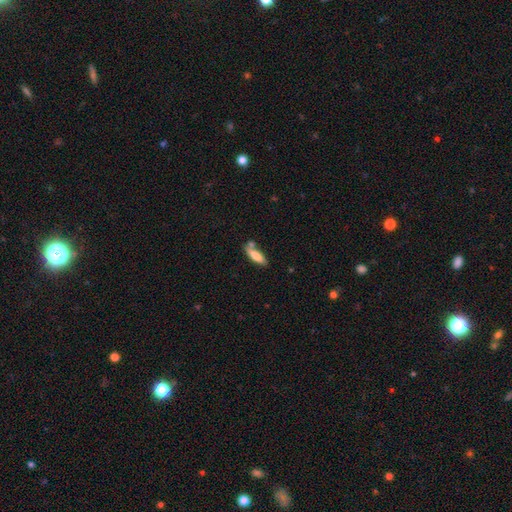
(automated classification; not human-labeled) Smooth or featured? Predicted: smooth (p=0.77). How rounded? Predicted: cigar-shaped (p=0.52). Merging? Predicted: none (p=0.59).